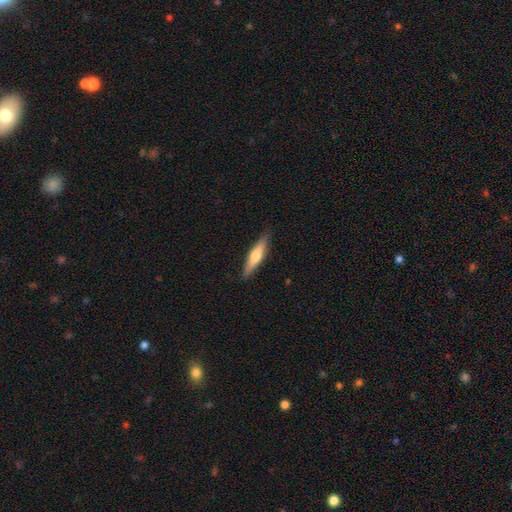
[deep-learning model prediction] Smooth or featured?
  - smooth: 51% *
  - featured or disk: 43%
  - star or artifact: 5%
How rounded?
  - cigar-shaped: 82% *
  - in between: 17%
  - round: 2%
Merging?
  - none: 89% *
  - minor disturbance: 9%
  - major disturbance: 2%
  - merger: 1%